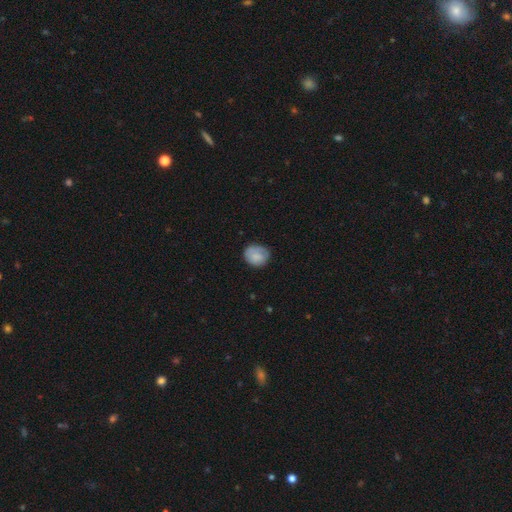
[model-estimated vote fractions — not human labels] Morphology: type=smooth (79%); roundness=round (61%); merging=none (68%).